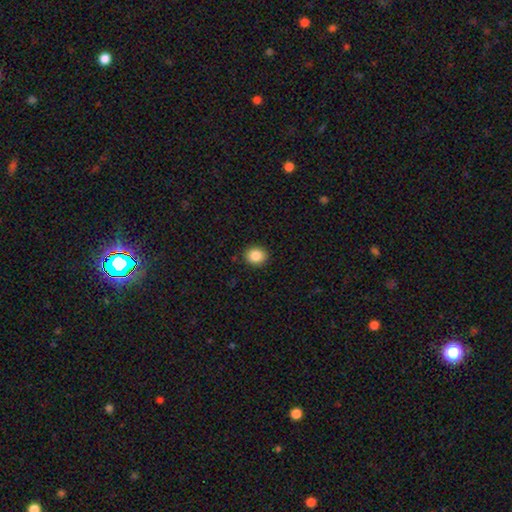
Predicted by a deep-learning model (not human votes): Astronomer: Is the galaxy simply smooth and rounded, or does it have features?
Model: smooth — 87%.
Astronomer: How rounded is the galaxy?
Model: round — 76%.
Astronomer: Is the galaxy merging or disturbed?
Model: none — 91%.